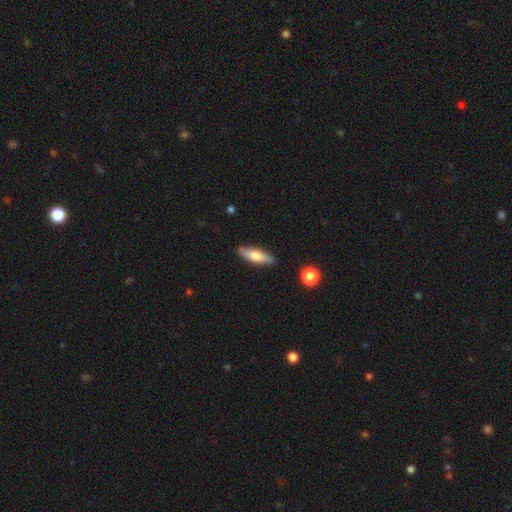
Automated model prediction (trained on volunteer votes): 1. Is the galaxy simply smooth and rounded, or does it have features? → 66% smooth, 28% featured or disk, 6% star or artifact.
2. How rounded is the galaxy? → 51% cigar-shaped, 47% in between, 2% round.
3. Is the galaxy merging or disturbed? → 84% none, 12% minor disturbance, 2% major disturbance, 2% merger.